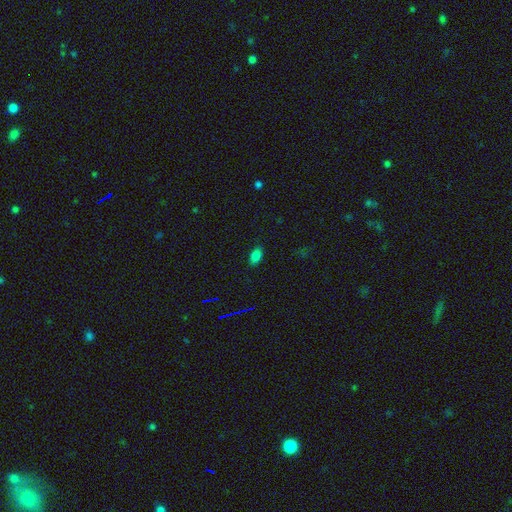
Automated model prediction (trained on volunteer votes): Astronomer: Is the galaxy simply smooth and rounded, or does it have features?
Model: smooth — 81%.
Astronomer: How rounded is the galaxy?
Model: in between — 91%.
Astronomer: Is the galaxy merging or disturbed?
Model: none — 85%.